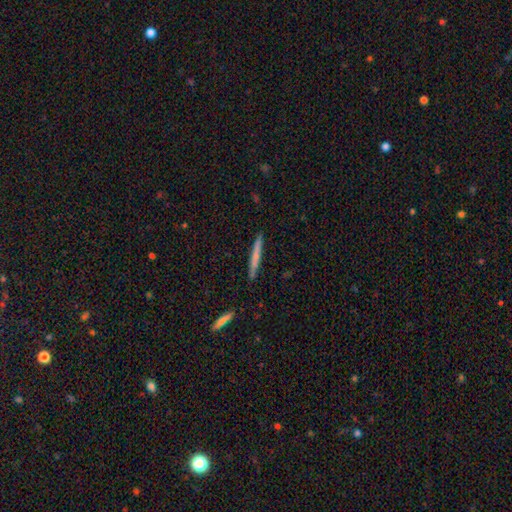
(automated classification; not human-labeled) smooth_or_featured: smooth (p=0.60) [alt: featured or disk p=0.34]
how_rounded: cigar-shaped (p=0.96) [alt: in between p=0.02]
merging: none (p=0.89) [alt: minor disturbance p=0.08]